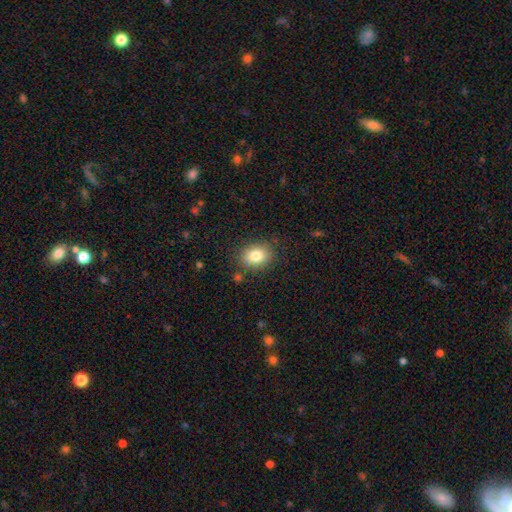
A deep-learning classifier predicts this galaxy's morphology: smooth 82%, star or artifact 10%, featured or disk 9%. Down the decision tree: how rounded — in between (53%); merging — none (84%).